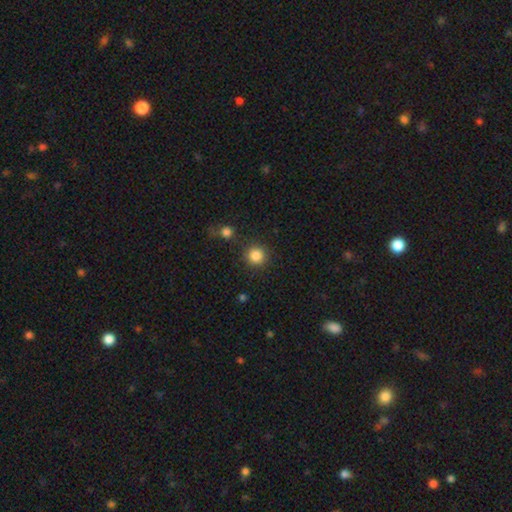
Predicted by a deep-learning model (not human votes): Q: Smooth or featured?
A: smooth (85%); runner-up: star or artifact (11%)
Q: How rounded?
A: round (94%); runner-up: in between (5%)
Q: Merging?
A: none (85%); runner-up: minor disturbance (7%)